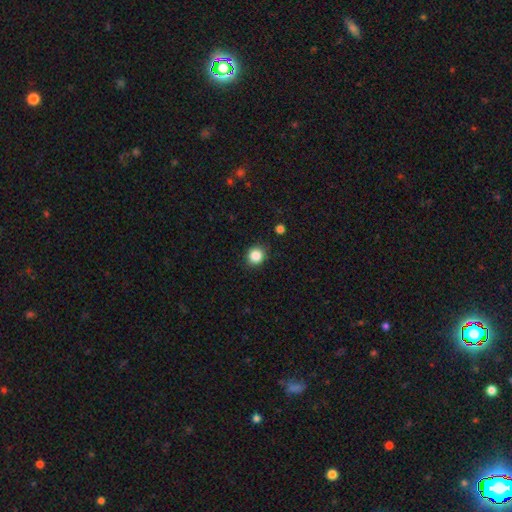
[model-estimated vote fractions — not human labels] This appears to be a smooth galaxy with no disk features (85%) that is round (85%). Merging: none (89%).